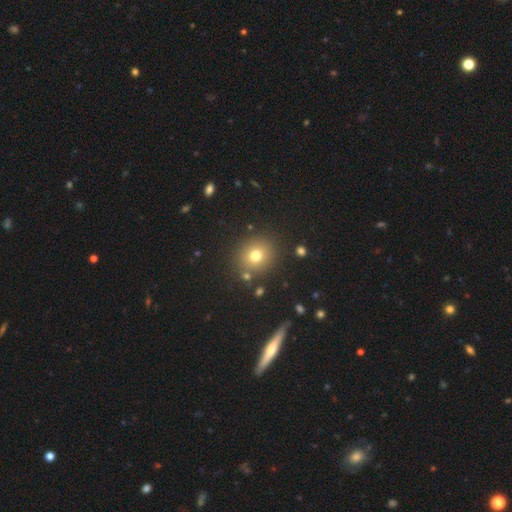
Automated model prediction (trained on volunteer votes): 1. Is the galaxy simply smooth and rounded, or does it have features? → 73% smooth, 17% star or artifact, 10% featured or disk.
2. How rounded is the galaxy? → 85% round, 14% in between, 1% cigar-shaped.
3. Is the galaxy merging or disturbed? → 85% none, 7% minor disturbance, 4% merger, 3% major disturbance.